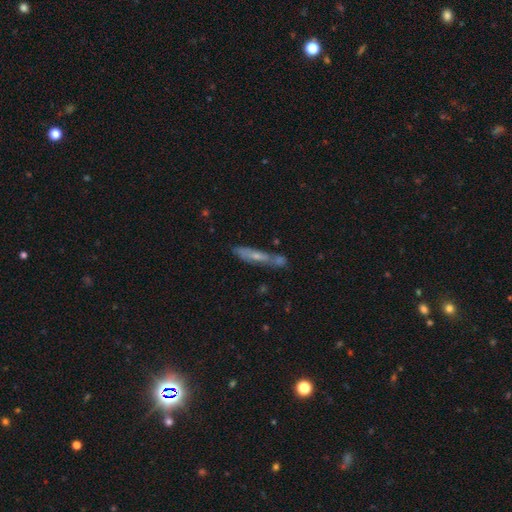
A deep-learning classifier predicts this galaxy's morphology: smooth 46%, featured or disk 45%, star or artifact 9%. Down the decision tree: merging — none (52%).